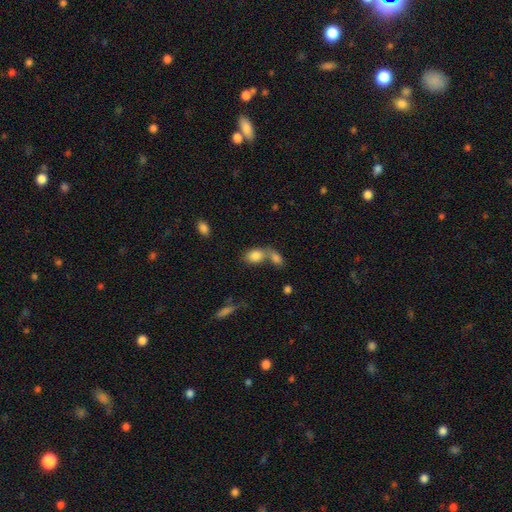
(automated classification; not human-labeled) The model was most divided on "merging": merger: 54%, none: 33%, minor disturbance: 9%, major disturbance: 4%. More confident: smooth or featured — smooth (84%); how rounded — in between (79%).